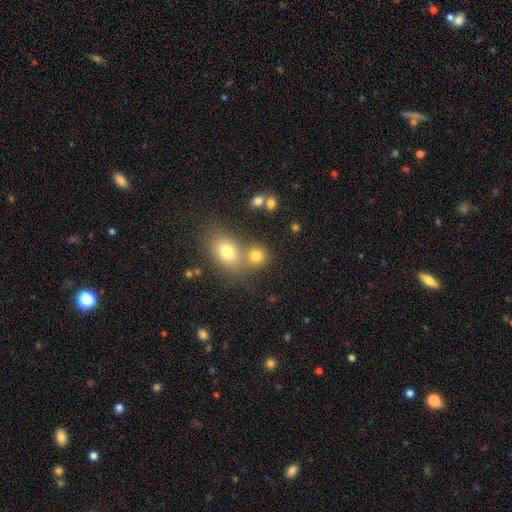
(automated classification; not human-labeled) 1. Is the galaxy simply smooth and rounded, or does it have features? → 77% smooth, 14% star or artifact, 9% featured or disk.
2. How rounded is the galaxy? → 73% round, 26% in between, 1% cigar-shaped.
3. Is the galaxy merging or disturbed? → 49% none, 39% merger, 8% minor disturbance, 4% major disturbance.